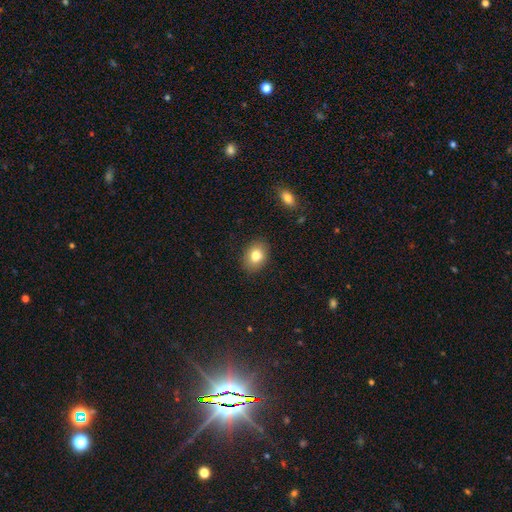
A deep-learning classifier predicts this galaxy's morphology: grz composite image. It shows a smooth galaxy with no disk features (80%) that is in between round and cigar-shaped (67%). Merging: none (87%).